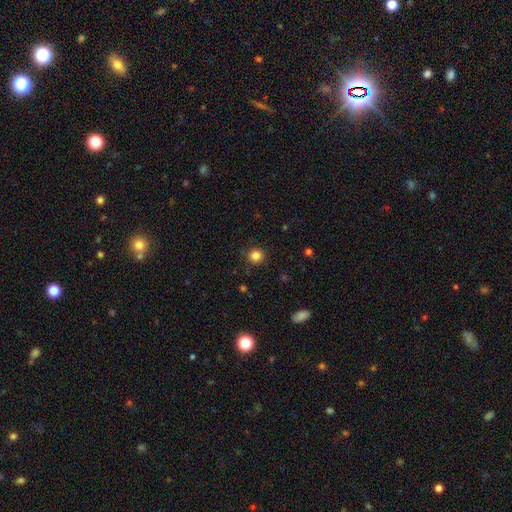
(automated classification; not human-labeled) Q: Smooth or featured?
A: smooth (83%); runner-up: star or artifact (12%)
Q: How rounded?
A: round (93%); runner-up: in between (6%)
Q: Merging?
A: none (89%); runner-up: minor disturbance (7%)